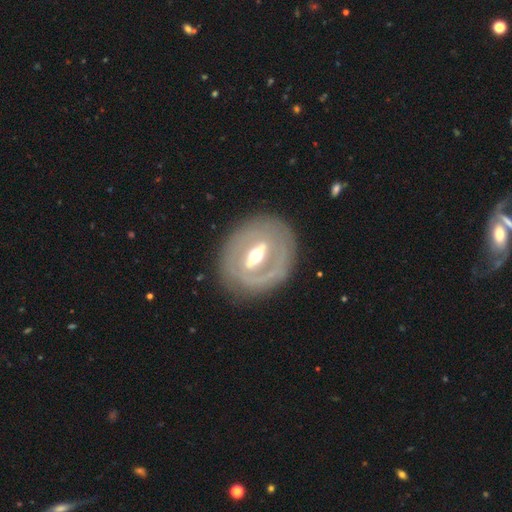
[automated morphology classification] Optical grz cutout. It shows a featured or disk galaxy (76%) with a strong bar (54%), no spiral arms (55%) and a moderate central bulge (68%). Merging: none (78%).